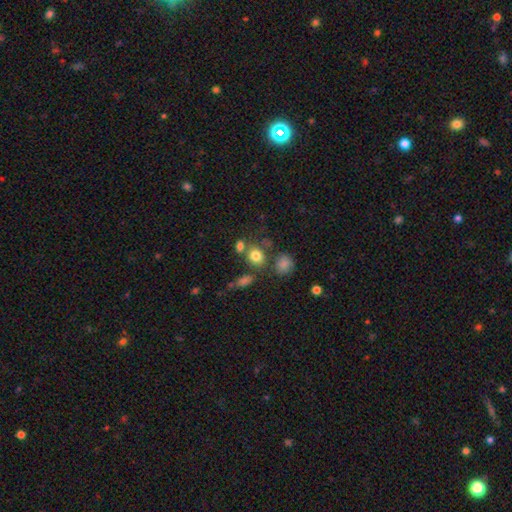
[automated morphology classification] A smooth galaxy with no disk features (78%) that is round (67%). Merging: none (65%).